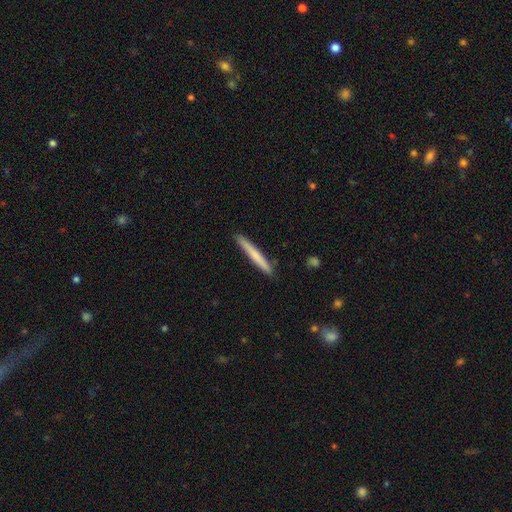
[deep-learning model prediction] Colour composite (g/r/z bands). It shows a smooth galaxy with no disk features (67%) that is cigar-shaped (97%). Merging: none (90%).